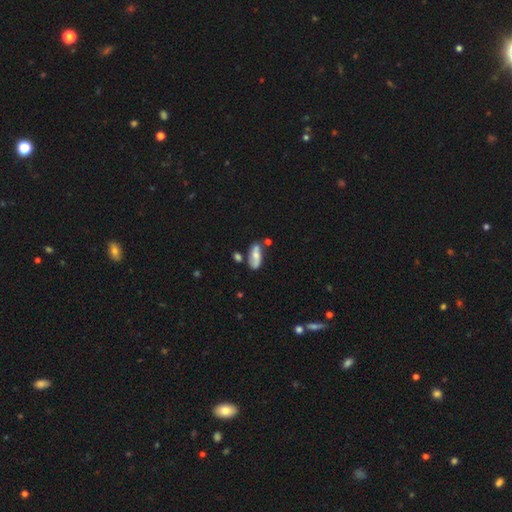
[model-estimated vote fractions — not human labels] smooth 48%, featured or disk 44%, star or artifact 7%. Down the decision tree: merging — none (56%).